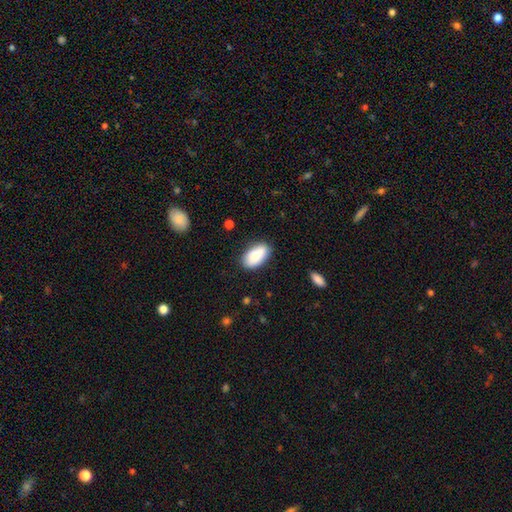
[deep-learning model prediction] Smooth or featured? smooth (84%)
How rounded? in between (94%)
Merging? none (80%)